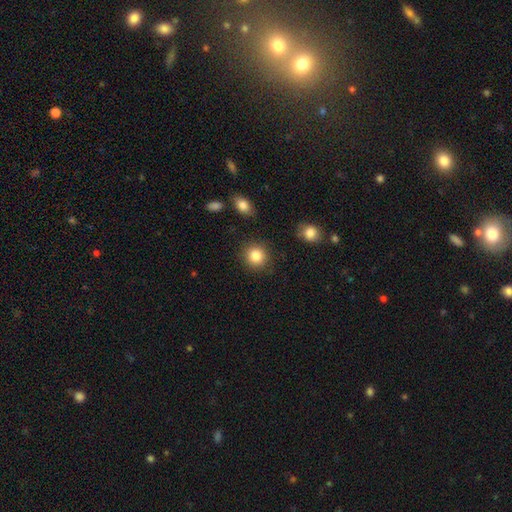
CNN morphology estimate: A smooth galaxy with no disk features (85%) that is round (90%).

Vote fractions:
- Smooth or featured? smooth: 85% / star or artifact: 9% / featured or disk: 6%
- How rounded? round: 90% / in between: 9% / cigar-shaped: 1%
- Merging? none: 89% / minor disturbance: 7% / major disturbance: 2% / merger: 2%